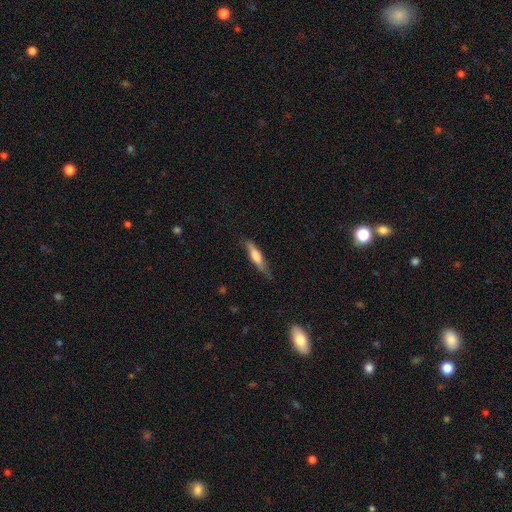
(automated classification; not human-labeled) smooth_or_featured: smooth (p=0.57) [alt: featured or disk p=0.37]
how_rounded: cigar-shaped (p=0.80) [alt: in between p=0.18]
merging: none (p=0.70) [alt: minor disturbance p=0.22]